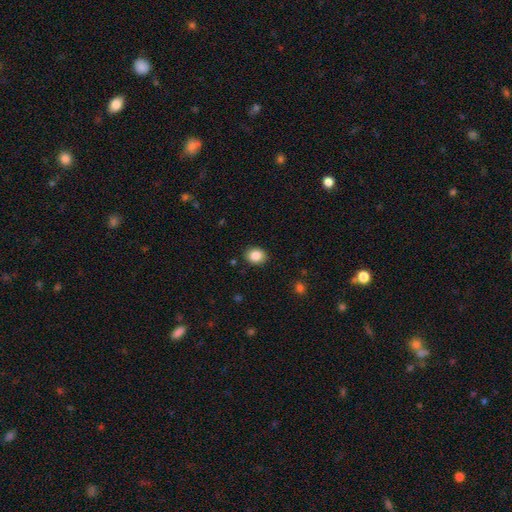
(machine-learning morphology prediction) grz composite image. It shows a smooth galaxy with no disk features (86%) that is round (59%). Merging: none (89%).